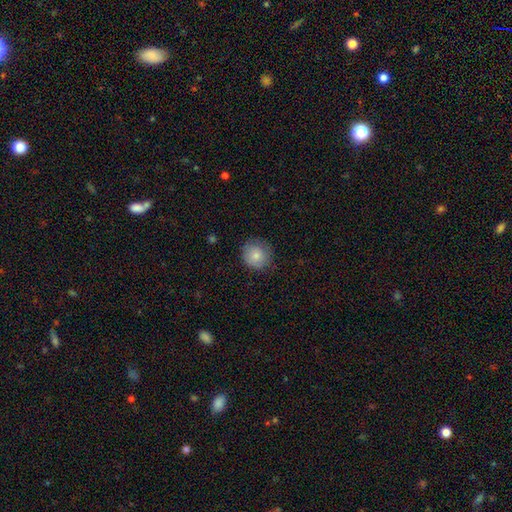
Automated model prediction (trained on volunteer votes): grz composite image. It shows a smooth galaxy with no disk features (77%) that is round (89%). Merging: none (80%).